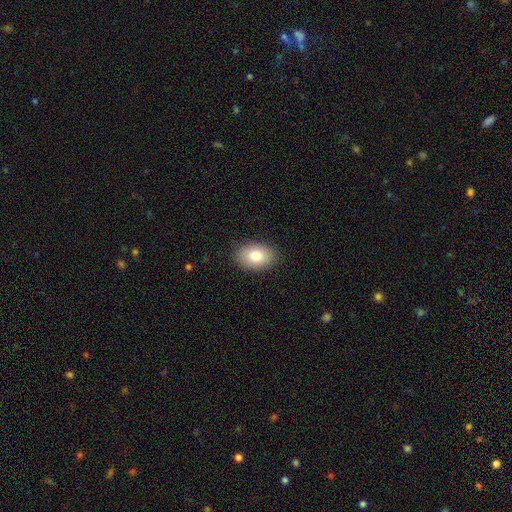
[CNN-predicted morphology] A smooth galaxy with no disk features (84%) that is in between round and cigar-shaped (88%). Merging: none (88%).